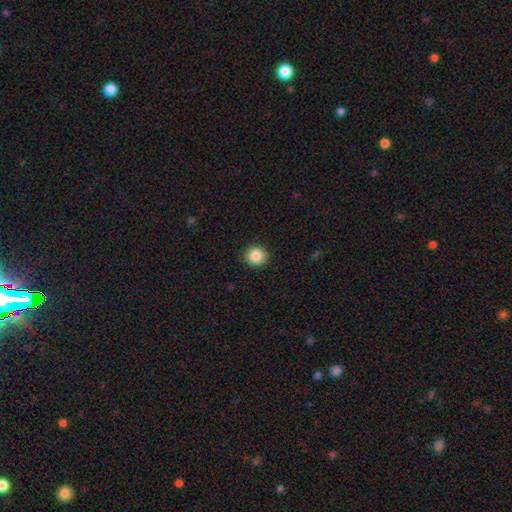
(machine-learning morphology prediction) smooth 87%, star or artifact 9%, featured or disk 4%. Down the decision tree: how rounded — round (88%); merging — none (90%).